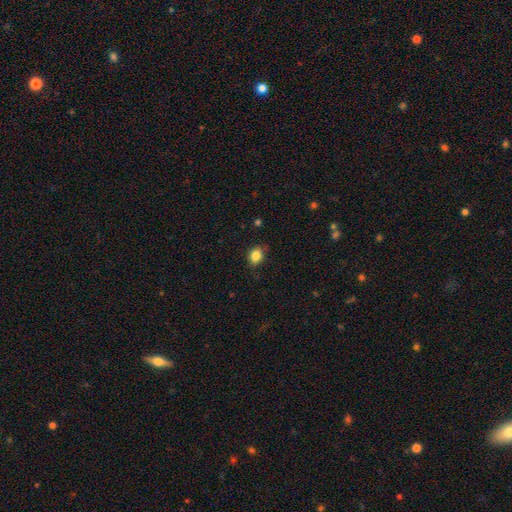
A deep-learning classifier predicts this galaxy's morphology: type=smooth (84%); roundness=round (57%); merging=none (80%).